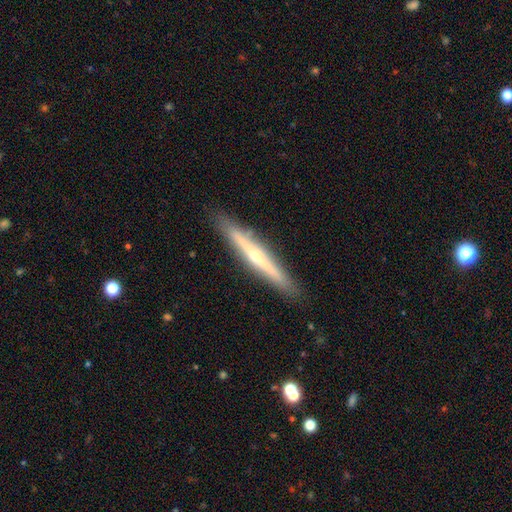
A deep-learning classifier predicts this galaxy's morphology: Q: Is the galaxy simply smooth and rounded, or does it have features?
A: featured or disk — 70%.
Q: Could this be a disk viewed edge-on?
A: yes — 96%.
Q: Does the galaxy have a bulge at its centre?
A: rounded — 77%.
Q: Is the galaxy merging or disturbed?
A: none — 90%.